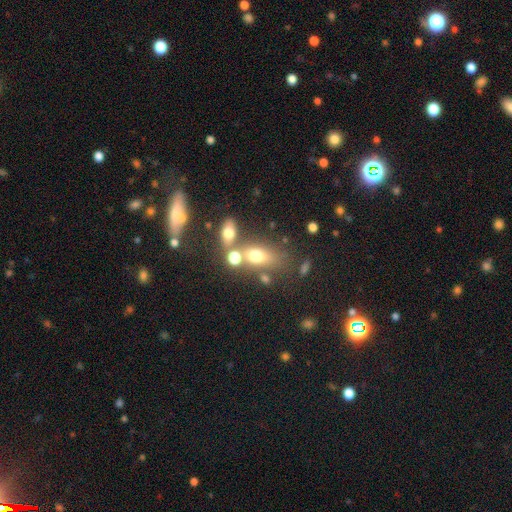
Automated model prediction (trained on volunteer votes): Q: Smooth or featured?
A: smooth (66%); runner-up: featured or disk (19%)
Q: How rounded?
A: in between (67%); runner-up: round (23%)
Q: Merging?
A: none (45%); runner-up: merger (33%)